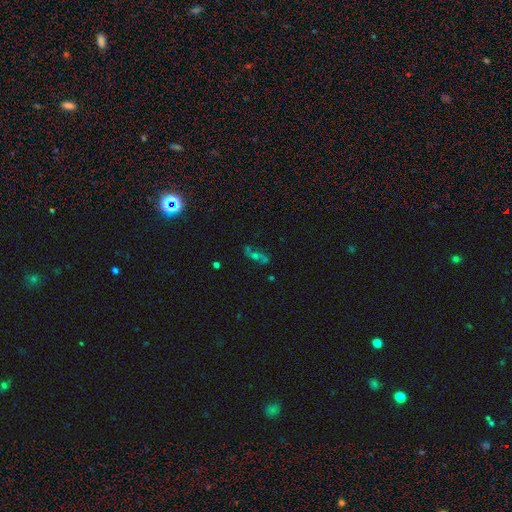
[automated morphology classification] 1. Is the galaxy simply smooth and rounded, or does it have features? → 51% featured or disk, 28% star or artifact, 21% smooth.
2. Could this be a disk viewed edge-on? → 85% no, 15% yes.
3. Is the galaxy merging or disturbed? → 63% none, 15% minor disturbance, 11% major disturbance, 10% merger.